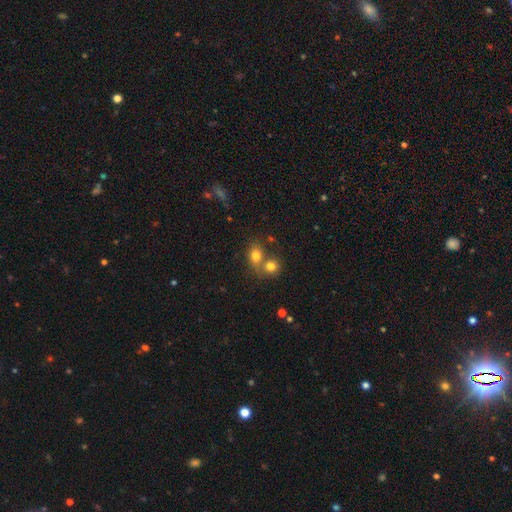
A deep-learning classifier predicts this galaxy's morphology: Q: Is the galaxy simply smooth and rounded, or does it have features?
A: smooth — 77%.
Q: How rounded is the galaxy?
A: round — 50%.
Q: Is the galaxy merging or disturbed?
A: merger — 49%.